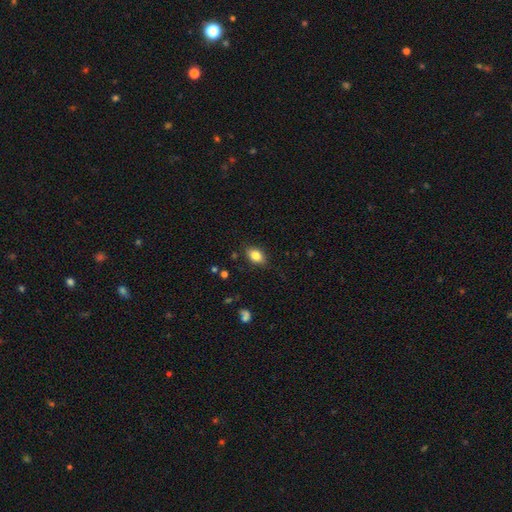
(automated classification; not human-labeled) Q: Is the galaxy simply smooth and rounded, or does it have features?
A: smooth — 82%.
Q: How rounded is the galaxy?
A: in between — 85%.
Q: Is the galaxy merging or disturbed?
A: none — 84%.